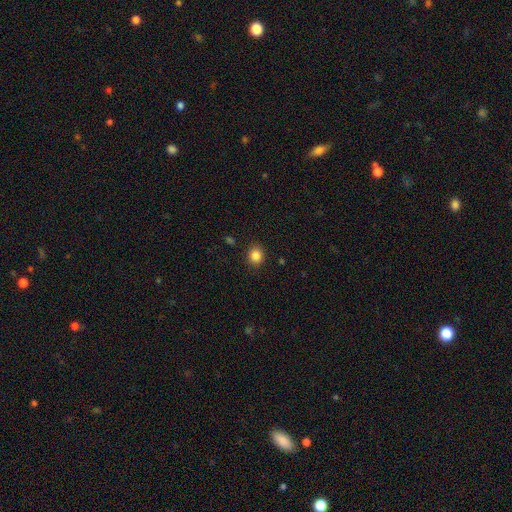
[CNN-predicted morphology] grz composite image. It shows a smooth galaxy with no disk features (85%) that is round (74%). Merging: none (89%).